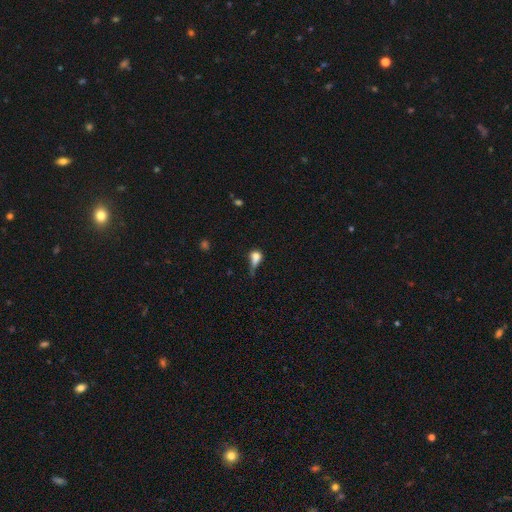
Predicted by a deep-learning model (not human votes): Overall: smooth (68%). How rounded: in between (50%; round 42%). Merging: major disturbance (37%; minor disturbance 28%).